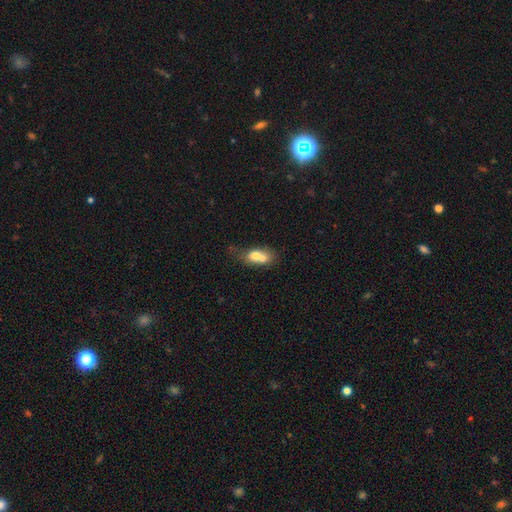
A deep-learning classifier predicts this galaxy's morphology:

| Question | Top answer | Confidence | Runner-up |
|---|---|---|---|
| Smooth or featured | smooth | 65% | featured or disk (26%) |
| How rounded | in between | 65% | round (27%) |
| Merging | merger | 63% | none (23%) |